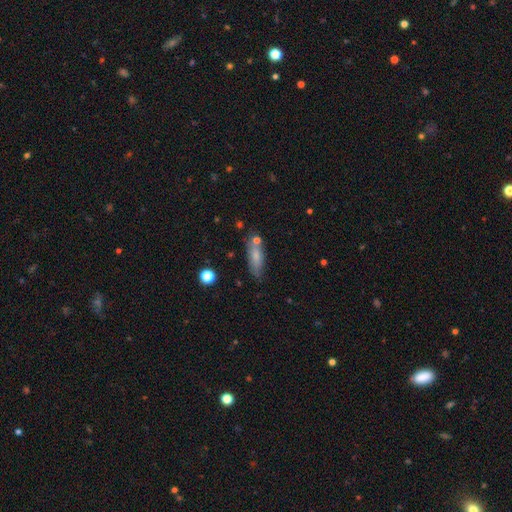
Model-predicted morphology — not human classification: Overall: smooth (72%). How rounded: cigar-shaped (52%; in between 45%). Merging: none (70%).